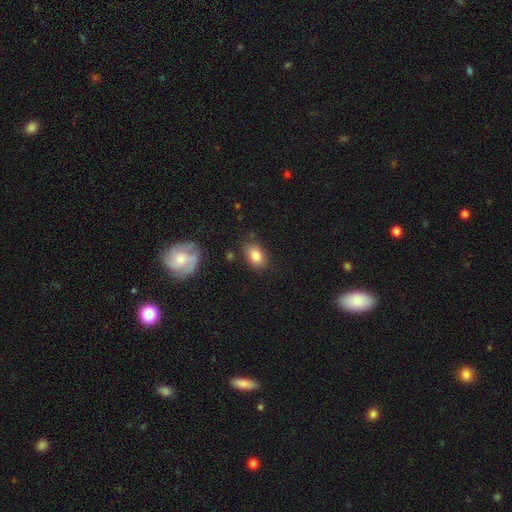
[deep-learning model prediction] smooth-or-featured: smooth: 84% | star or artifact: 8% | featured or disk: 8%
  how-rounded: in between: 85% | round: 13% | cigar-shaped: 2%
  merging: none: 78% | minor disturbance: 16% | major disturbance: 4% | merger: 3%